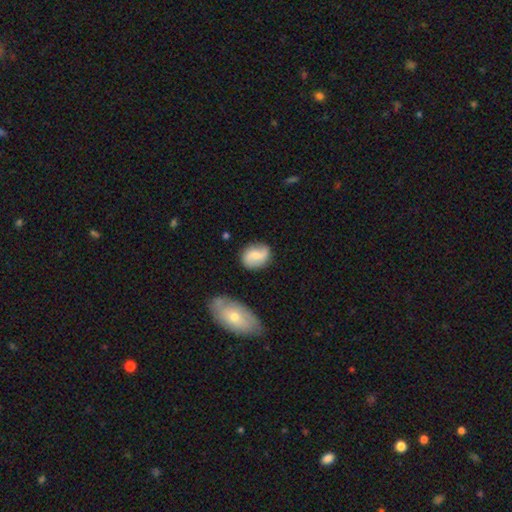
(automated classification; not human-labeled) featured or disk 52%, smooth 41%, star or artifact 7%. Down the decision tree: edge-on disk — no (96%); merging — none (76%).